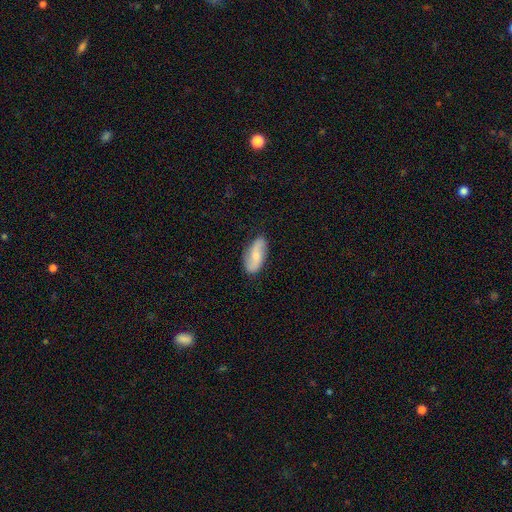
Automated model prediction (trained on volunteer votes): smooth_or_featured: featured or disk (p=0.48) [alt: smooth p=0.46]
merging: none (p=0.83) [alt: minor disturbance p=0.13]